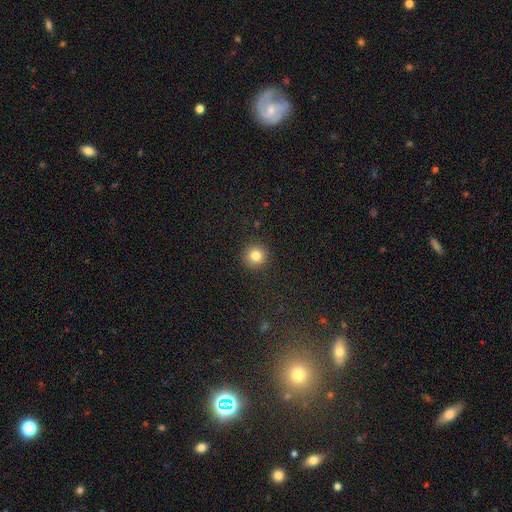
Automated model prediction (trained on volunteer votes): smooth 82%, star or artifact 12%, featured or disk 6%. Down the decision tree: how rounded — round (94%); merging — none (92%).